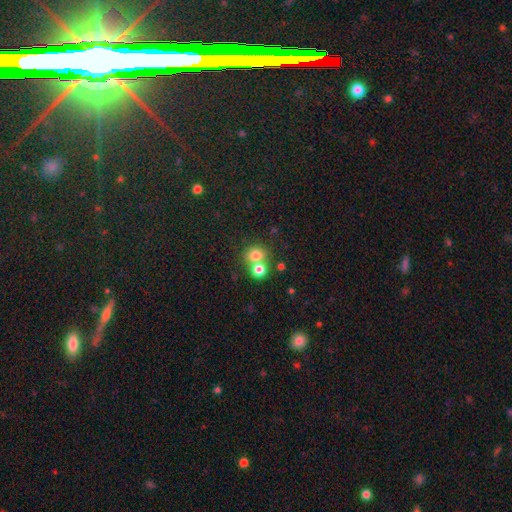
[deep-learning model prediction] Q: Smooth or featured?
A: smooth (77%); runner-up: star or artifact (13%)
Q: How rounded?
A: round (80%); runner-up: in between (19%)
Q: Merging?
A: none (48%); runner-up: merger (42%)